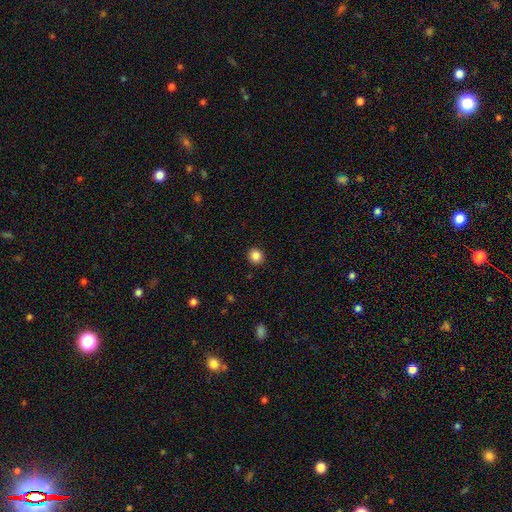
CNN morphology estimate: smooth 86%, star or artifact 10%, featured or disk 4%. Down the decision tree: how rounded — round (88%); merging — none (92%).